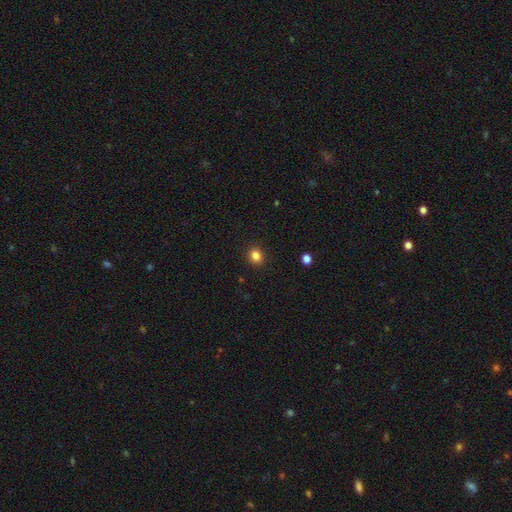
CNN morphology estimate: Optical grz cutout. It shows a smooth galaxy with no disk features (84%) that is round (58%). Merging: none (90%).